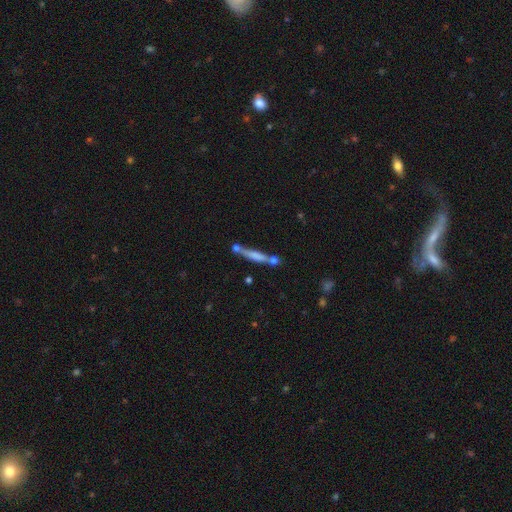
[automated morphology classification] Q: Smooth or featured?
A: smooth (54%); runner-up: featured or disk (38%)
Q: How rounded?
A: cigar-shaped (89%); runner-up: in between (9%)
Q: Merging?
A: none (53%); runner-up: merger (26%)